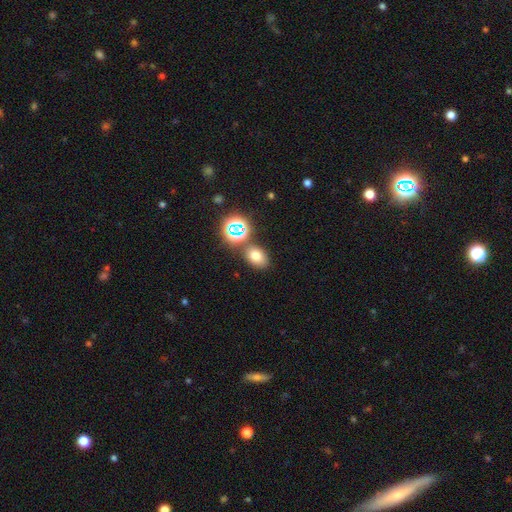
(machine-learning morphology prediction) This is likely a smooth galaxy (69%). How rounded: likely in between (71%). Merging: likely none (74%).